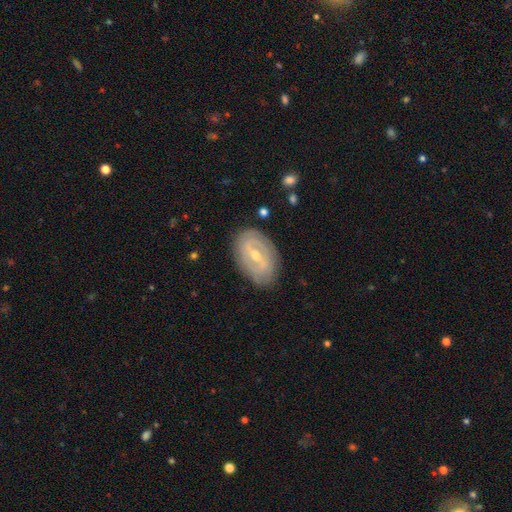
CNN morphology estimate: Smooth or featured? Predicted: featured or disk (p=0.78). Edge-on disk? Predicted: no (p=0.94). Bar? Predicted: weak (p=0.46). Spiral arms? Predicted: yes (p=0.75). Spiral winding? Predicted: tight (p=0.61). Spiral arm count? Predicted: 2 (p=0.59). Bulge size? Predicted: moderate (p=0.53). Merging? Predicted: none (p=0.82).